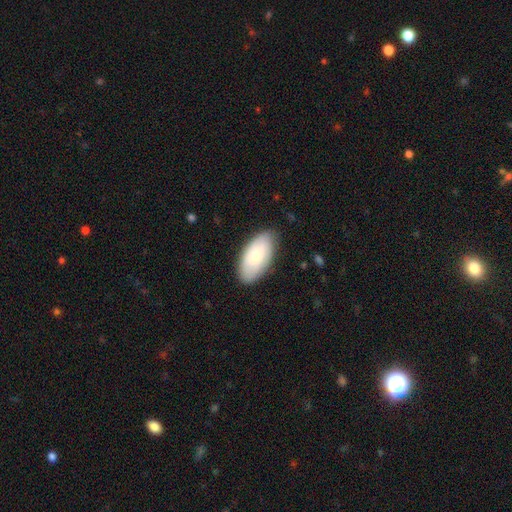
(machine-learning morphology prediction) A smooth galaxy with no disk features (68%) that is in between round and cigar-shaped (94%).

Vote fractions:
- Smooth or featured? smooth: 68% / featured or disk: 27% / star or artifact: 6%
- How rounded? in between: 94% / cigar-shaped: 4% / round: 2%
- Merging? none: 83% / minor disturbance: 14% / major disturbance: 3% / merger: 1%